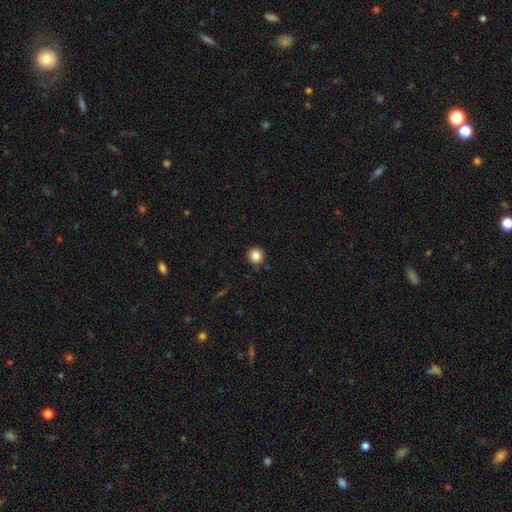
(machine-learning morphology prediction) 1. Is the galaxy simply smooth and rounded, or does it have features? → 85% smooth, 10% star or artifact, 5% featured or disk.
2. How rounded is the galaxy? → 93% round, 7% in between, 1% cigar-shaped.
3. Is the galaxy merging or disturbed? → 87% none, 9% minor disturbance, 2% major disturbance, 2% merger.